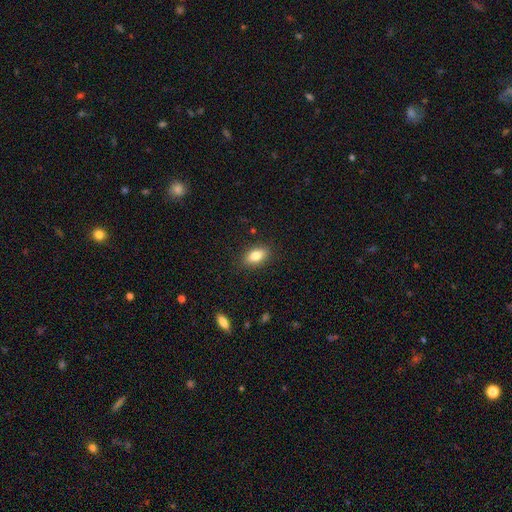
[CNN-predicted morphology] A smooth galaxy with no disk features (81%) that is in between round and cigar-shaped (87%). Merging: none (87%).